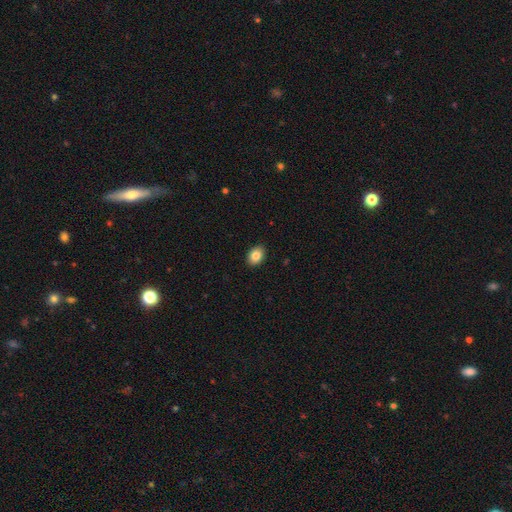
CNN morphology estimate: smooth 85%, star or artifact 8%, featured or disk 7%. Down the decision tree: how rounded — in between (77%); merging — none (90%).